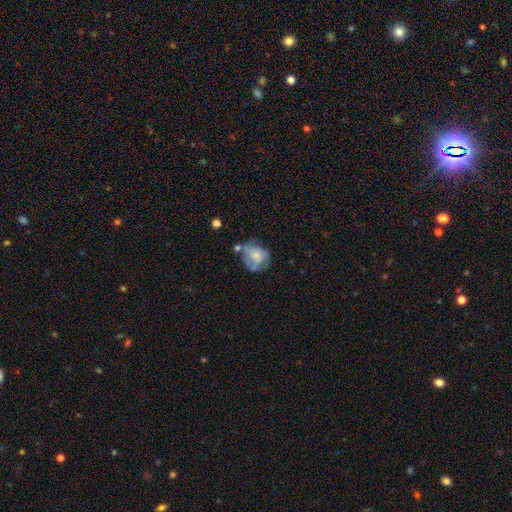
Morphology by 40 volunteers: featured or disk 48%, smooth 42%, star or artifact 10%. Down the decision tree: edge-on disk — no (100%); bar — no (79%); spiral arms — no (74%); bulge size — large (26%, tied with moderate and small); merging — minor disturbance (50%).